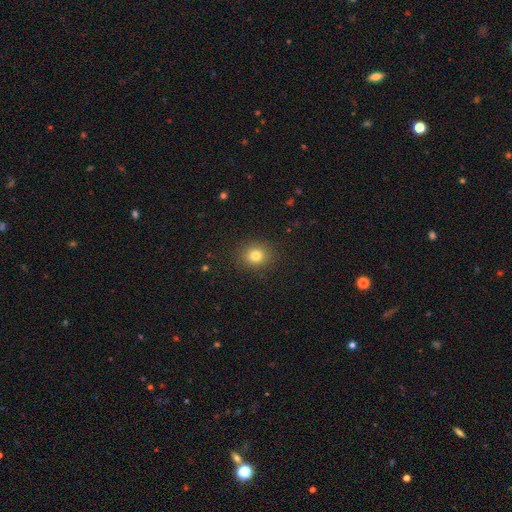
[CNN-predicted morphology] Smooth or featured? Predicted: smooth (p=0.80). How rounded? Predicted: round (p=0.76). Merging? Predicted: none (p=0.89).